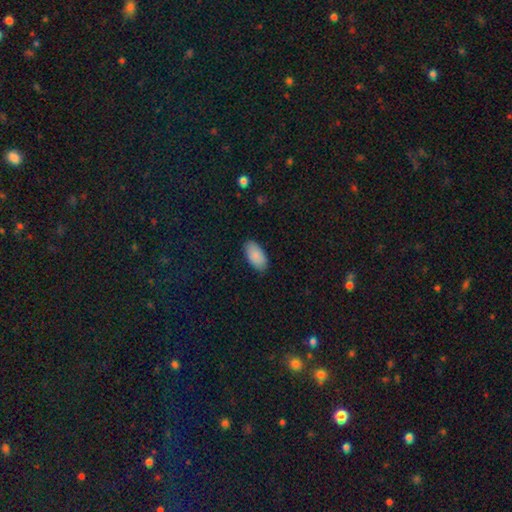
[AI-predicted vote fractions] Smooth or featured? smooth (89%)
How rounded? in between (95%)
Merging? none (86%)